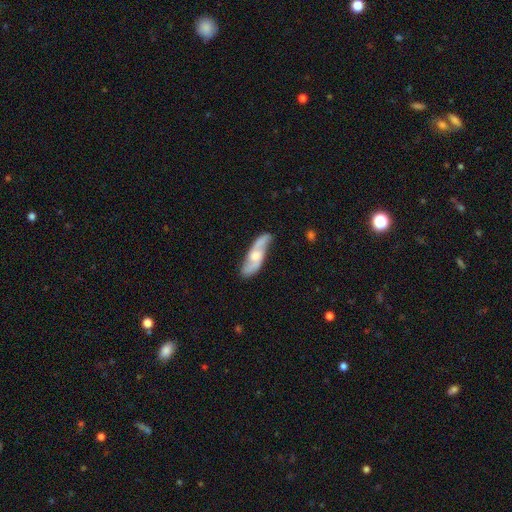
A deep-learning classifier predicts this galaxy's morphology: A featured or disk galaxy (69%) with no bar (56%), 2 (88%) loose (47%) spiral arms (91%) and a moderate central bulge (58%).

Vote fractions:
- Smooth or featured? featured or disk: 69% / smooth: 26% / star or artifact: 5%
- Edge-on disk? no: 81% / yes: 19%
- Bar? no: 56% / weak: 35% / strong: 8%
- Spiral arms? yes: 91% / no: 9%
- Spiral winding? loose: 47% / medium: 39% / tight: 14%
- Spiral arm count? 2: 88% / can't tell: 7% / 1: 2% / 3: 1% / 4: 1% / more than 4: 1%
- Bulge size? moderate: 58% / small: 25% / large: 10% / none: 5% / dominant: 1%
- Merging? none: 76% / minor disturbance: 17% / major disturbance: 4% / merger: 2%